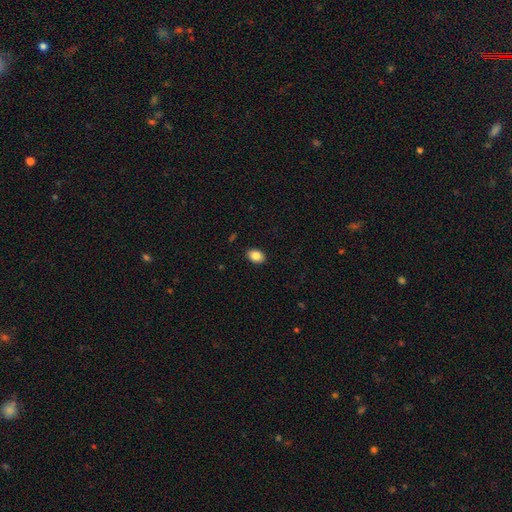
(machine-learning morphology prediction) smooth_or_featured: smooth (p=0.86) [alt: star or artifact p=0.08]
how_rounded: in between (p=0.78) [alt: round p=0.21]
merging: none (p=0.90) [alt: minor disturbance p=0.07]